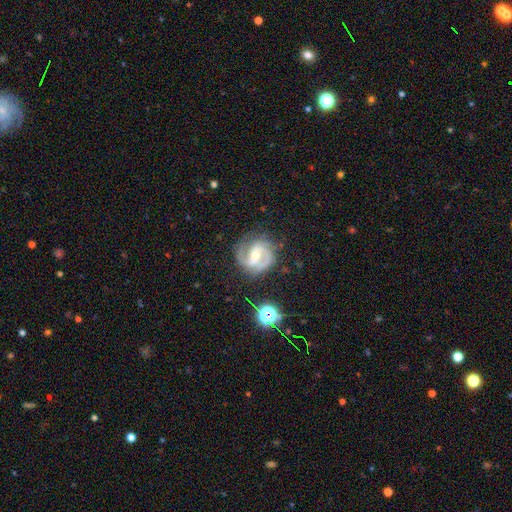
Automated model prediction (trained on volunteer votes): The model was most divided on "bulge size": moderate: 51%, small: 45%, large: 2%, none: 1%, dominant: 1%. Remaining: edge-on disk — no (98%); spiral arms — yes (95%); smooth or featured — featured or disk (85%); spiral arm count — 2 (77%); merging — none (69%); spiral winding — medium (52%); bar — weak (47%).